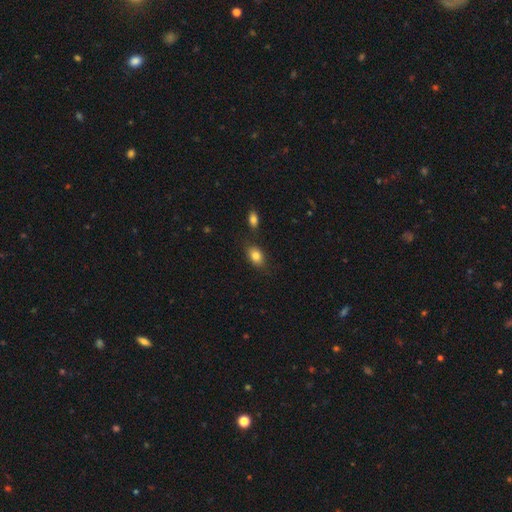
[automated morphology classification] Smooth or featured: smooth — 83% (featured or disk — 9%)
How rounded: in between — 82% (round — 16%)
Merging: none — 77% (minor disturbance — 14%)